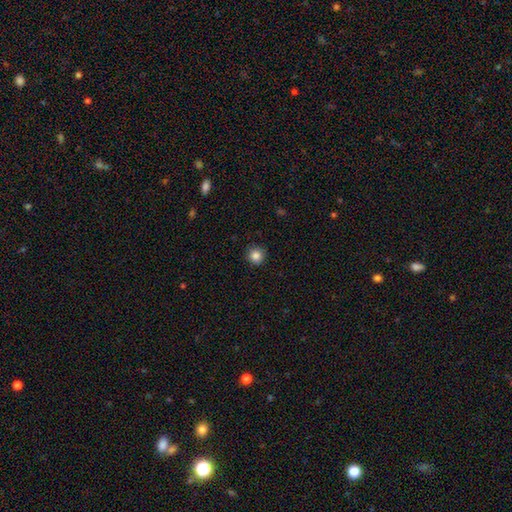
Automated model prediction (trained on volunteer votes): This is clearly a smooth galaxy (85%). How rounded: clearly round (95%). Merging: clearly none (91%).